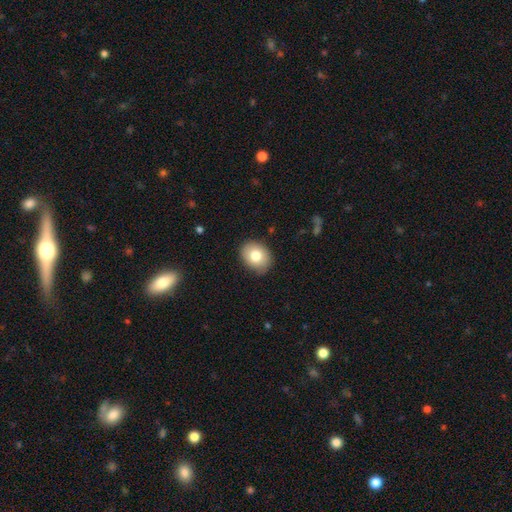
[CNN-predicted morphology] Smooth or featured? Predicted: smooth (p=0.78). How rounded? Predicted: round (p=0.50). Merging? Predicted: none (p=0.83).